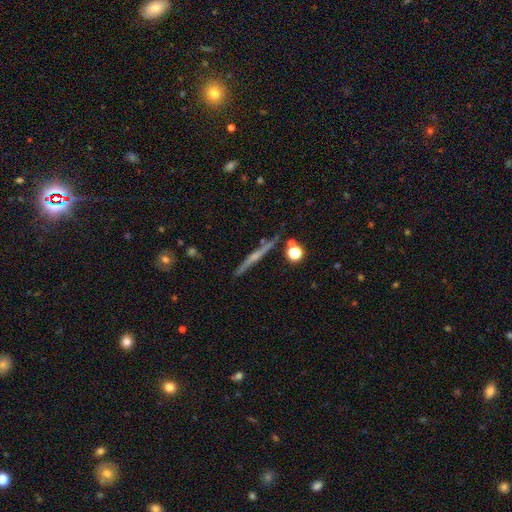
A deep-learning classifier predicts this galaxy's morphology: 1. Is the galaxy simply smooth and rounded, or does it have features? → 70% featured or disk, 22% smooth, 9% star or artifact.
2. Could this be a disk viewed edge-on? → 97% yes, 3% no.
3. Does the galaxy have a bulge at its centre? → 57% rounded, 36% none, 7% boxy.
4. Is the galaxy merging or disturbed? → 86% none, 9% minor disturbance, 3% merger, 2% major disturbance.